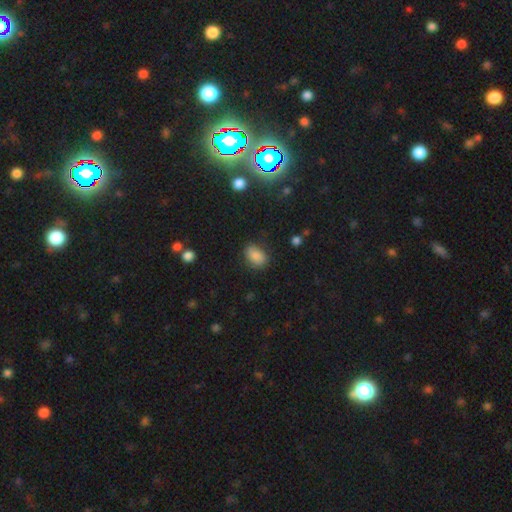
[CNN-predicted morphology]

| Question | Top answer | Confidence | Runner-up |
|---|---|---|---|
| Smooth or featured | smooth | 85% | star or artifact (10%) |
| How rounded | in between | 83% | round (16%) |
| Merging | none | 78% | minor disturbance (16%) |